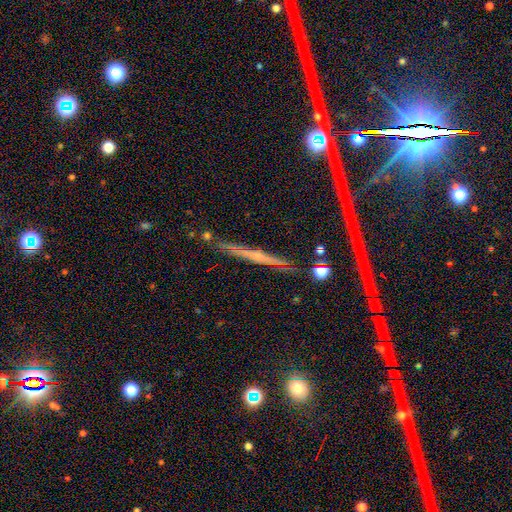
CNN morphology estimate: Smooth or featured?
  - featured or disk: 60% *
  - smooth: 28%
  - star or artifact: 12%
Edge-on disk?
  - yes: 95% *
  - no: 5%
Edge-on bulge?
  - none: 54% *
  - rounded: 36%
  - boxy: 10%
Merging?
  - none: 84% *
  - minor disturbance: 11%
  - merger: 3%
  - major disturbance: 3%